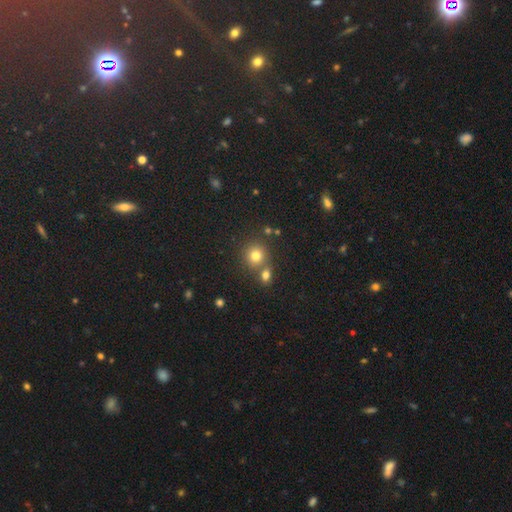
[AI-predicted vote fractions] Smooth or featured?
  - smooth: 76% *
  - star or artifact: 16%
  - featured or disk: 8%
How rounded?
  - round: 88% *
  - in between: 11%
  - cigar-shaped: 1%
Merging?
  - none: 65% *
  - merger: 24%
  - minor disturbance: 8%
  - major disturbance: 3%